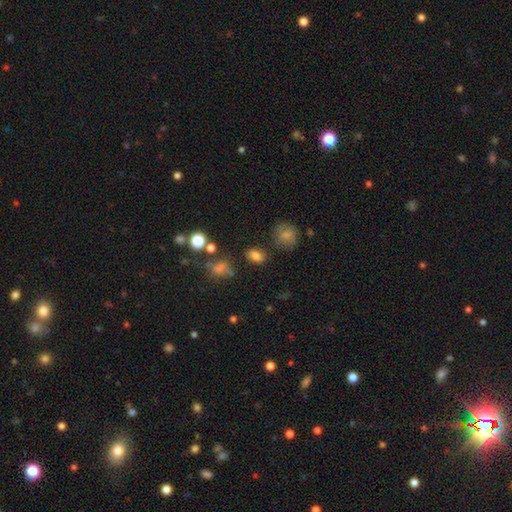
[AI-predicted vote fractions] Morphology: type=smooth (78%); roundness=in between (81%); merging=none (76%).